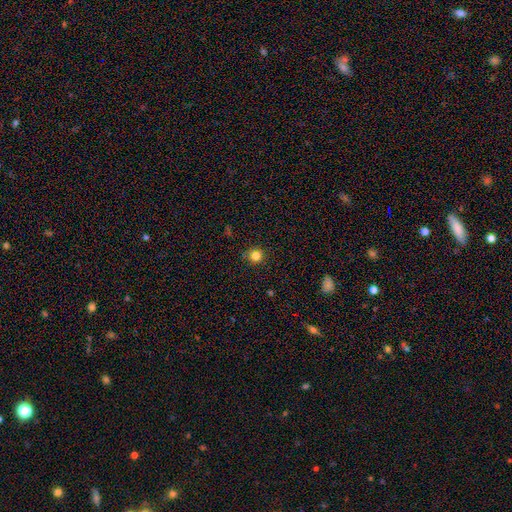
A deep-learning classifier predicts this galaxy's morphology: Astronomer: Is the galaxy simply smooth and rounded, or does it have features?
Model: smooth — 82%.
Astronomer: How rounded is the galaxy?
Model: round — 94%.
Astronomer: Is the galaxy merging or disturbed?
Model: none — 90%.